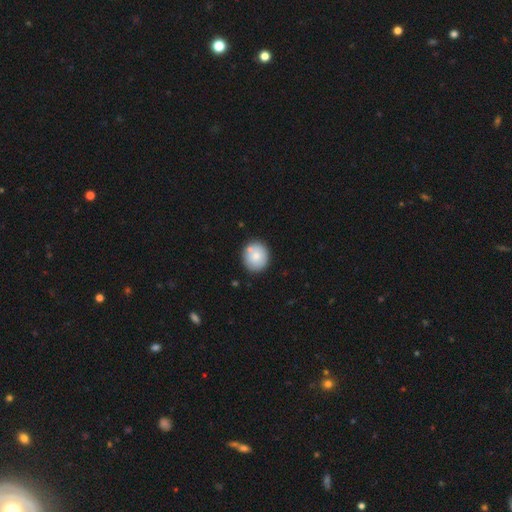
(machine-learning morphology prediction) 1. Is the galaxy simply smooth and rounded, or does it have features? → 76% smooth, 16% featured or disk, 8% star or artifact.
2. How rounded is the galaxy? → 84% round, 15% in between, 1% cigar-shaped.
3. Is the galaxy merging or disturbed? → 81% none, 10% minor disturbance, 7% merger, 2% major disturbance.